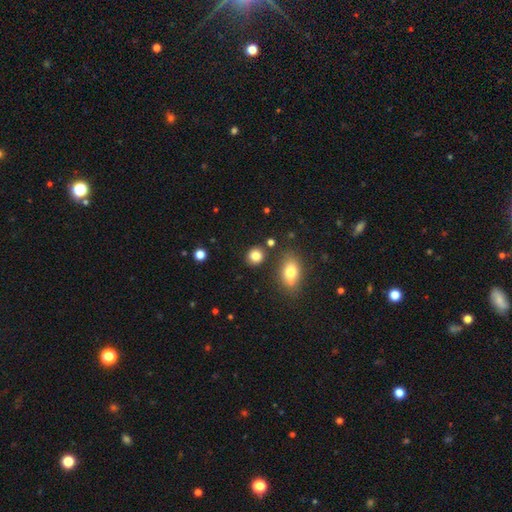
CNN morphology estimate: smooth-or-featured: smooth: 83% | star or artifact: 11% | featured or disk: 6%
  how-rounded: round: 78% | in between: 21% | cigar-shaped: 1%
  merging: none: 83% | minor disturbance: 9% | merger: 5% | major disturbance: 3%